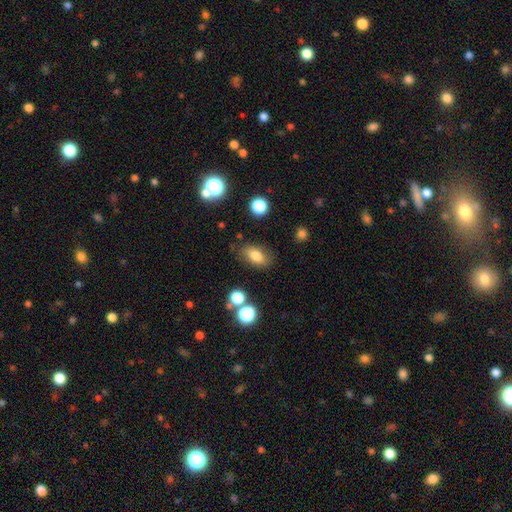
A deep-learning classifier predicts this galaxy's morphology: This appears to be a smooth galaxy with no disk features (77%) that is in between round and cigar-shaped (85%). Merging: none (79%).